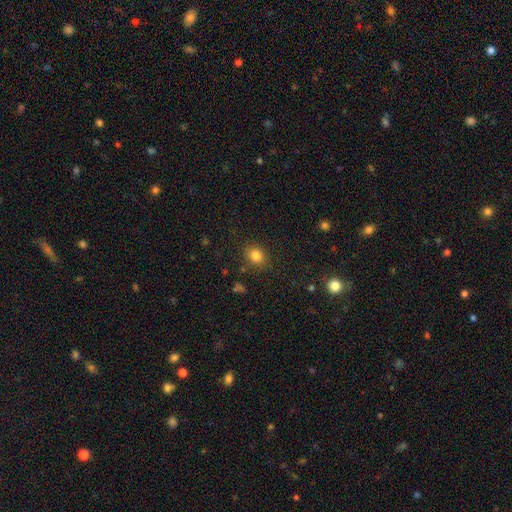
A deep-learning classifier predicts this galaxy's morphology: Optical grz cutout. It shows a smooth galaxy with no disk features (82%) that is round (60%). Merging: none (84%).